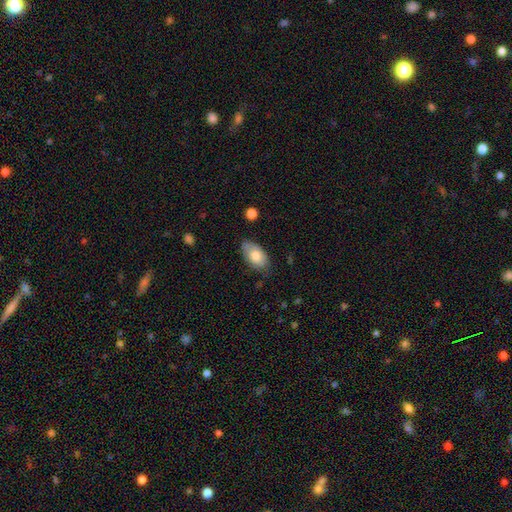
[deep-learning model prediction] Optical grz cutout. It shows a smooth galaxy with no disk features (75%) that is in between round and cigar-shaped (93%). Merging: none (67%).